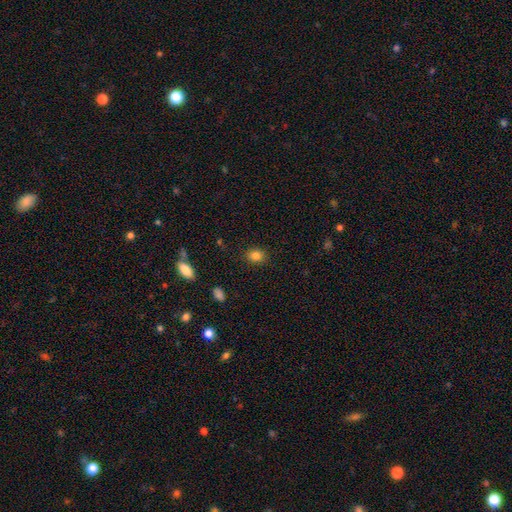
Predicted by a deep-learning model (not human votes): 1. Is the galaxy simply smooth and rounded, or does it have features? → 84% smooth, 11% star or artifact, 5% featured or disk.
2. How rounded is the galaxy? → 53% round, 45% in between, 1% cigar-shaped.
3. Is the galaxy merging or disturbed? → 87% none, 9% minor disturbance, 3% major disturbance, 1% merger.